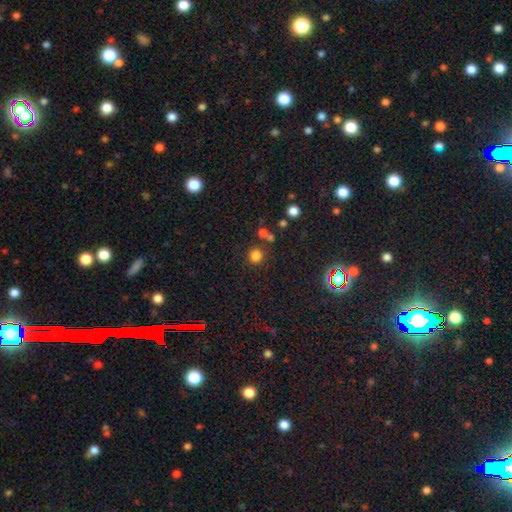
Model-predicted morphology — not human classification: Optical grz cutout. It shows a smooth galaxy with no disk features (77%) that is round (88%). Merging: none (76%).